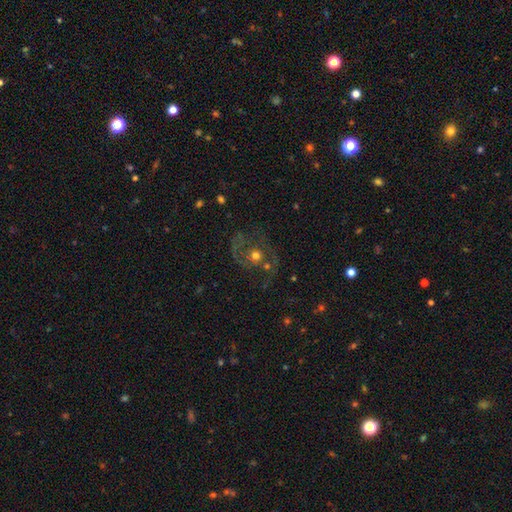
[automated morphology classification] Overall: featured or disk (59%; smooth 27%). Edge-on disk: no (97%). Bar: no (85%). Spiral arms: yes (61%; no 39%). Bulge size: moderate (65%). Merging: none (50%; major disturbance 22%).